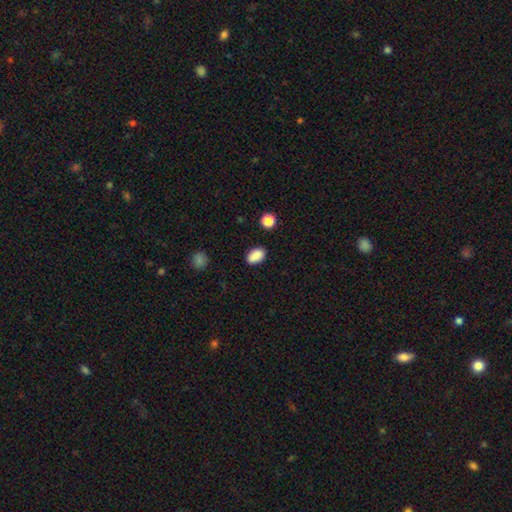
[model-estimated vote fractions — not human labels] Smooth or featured? smooth (88%)
How rounded? in between (89%)
Merging? none (86%)